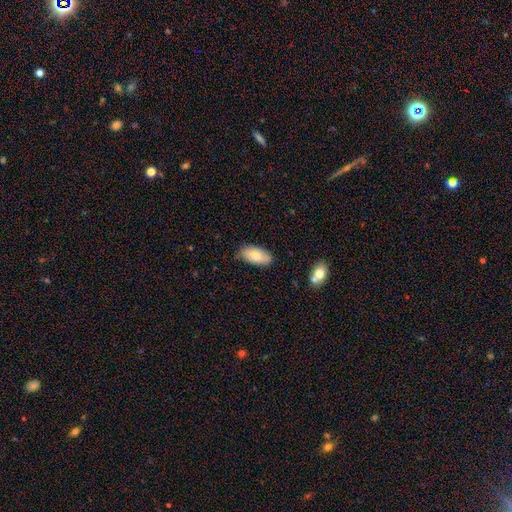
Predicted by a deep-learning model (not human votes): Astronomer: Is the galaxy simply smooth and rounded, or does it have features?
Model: smooth — 77%.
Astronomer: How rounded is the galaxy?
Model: in between — 93%.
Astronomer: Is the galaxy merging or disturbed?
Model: none — 79%.